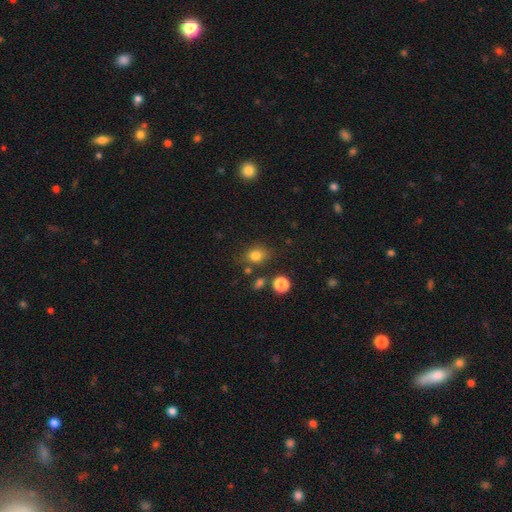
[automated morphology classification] Q: Smooth or featured?
A: smooth (80%); runner-up: star or artifact (13%)
Q: How rounded?
A: round (51%); runner-up: in between (48%)
Q: Merging?
A: none (74%); runner-up: minor disturbance (15%)